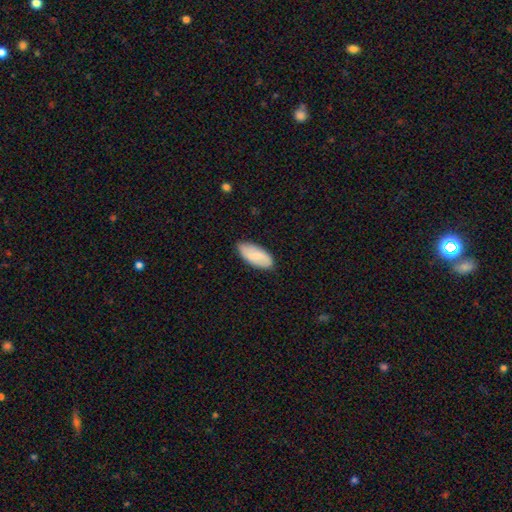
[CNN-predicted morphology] This appears to be a smooth galaxy with no disk features (69%) that is in between round and cigar-shaped (90%). Merging: none (81%).